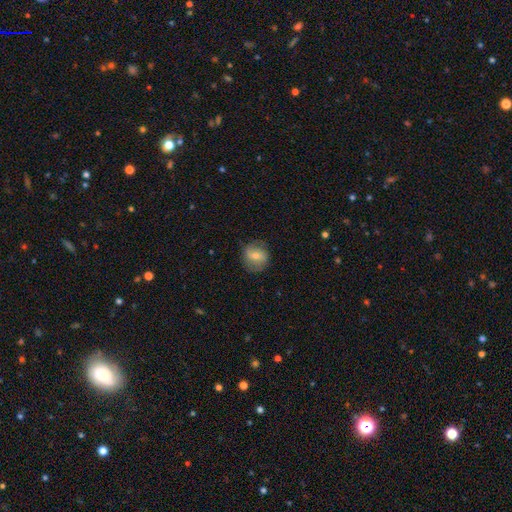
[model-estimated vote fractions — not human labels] Smooth or featured?
  - smooth: 52% *
  - featured or disk: 39%
  - star or artifact: 10%
How rounded?
  - round: 78% *
  - in between: 20%
  - cigar-shaped: 1%
Merging?
  - none: 79% *
  - minor disturbance: 15%
  - major disturbance: 5%
  - merger: 1%